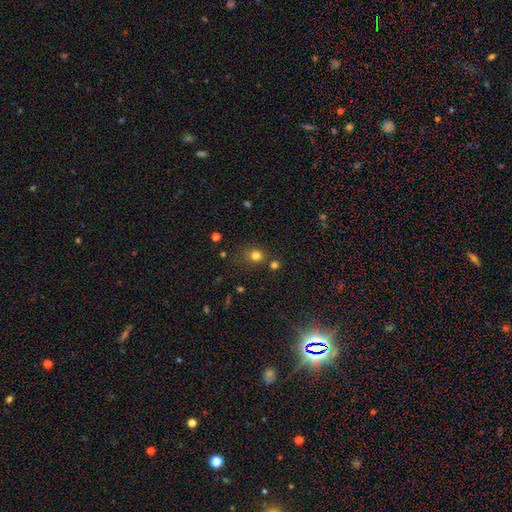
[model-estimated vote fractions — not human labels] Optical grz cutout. It shows a smooth galaxy with no disk features (77%) that is round (76%). Merging: none (71%).